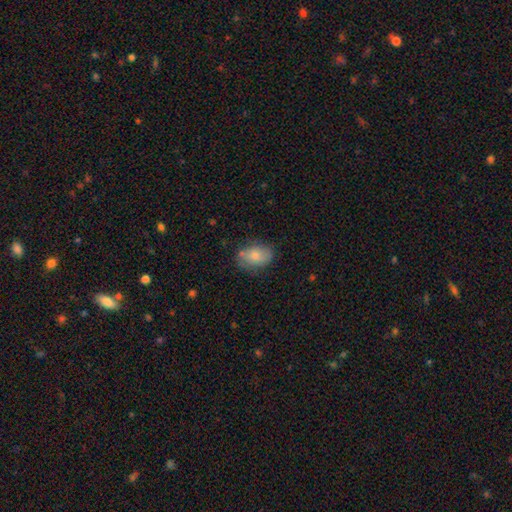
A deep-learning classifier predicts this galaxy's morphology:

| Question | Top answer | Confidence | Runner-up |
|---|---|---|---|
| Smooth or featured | smooth | 76% | featured or disk (17%) |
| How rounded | in between | 82% | round (16%) |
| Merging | none | 70% | minor disturbance (21%) |